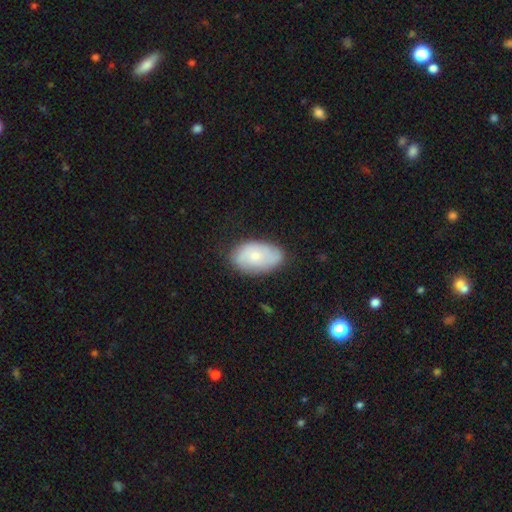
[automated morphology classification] type=smooth (62%); roundness=in between (92%); merging=none (75%).